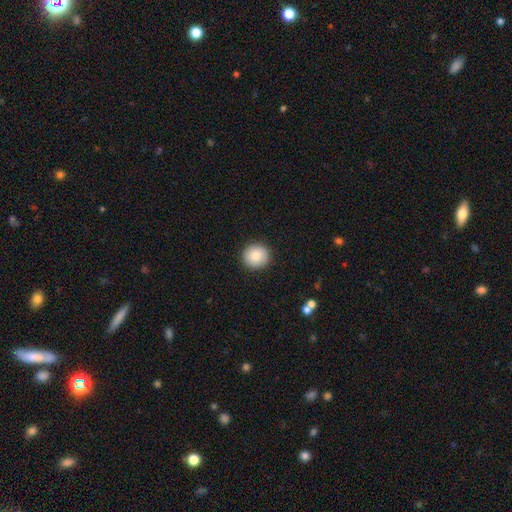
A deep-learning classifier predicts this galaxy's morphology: A smooth galaxy with no disk features (86%) that is round (92%).

Vote fractions:
- Smooth or featured? smooth: 86% / star or artifact: 8% / featured or disk: 7%
- How rounded? round: 92% / in between: 7% / cigar-shaped: 1%
- Merging? none: 92% / minor disturbance: 6% / major disturbance: 2% / merger: 1%